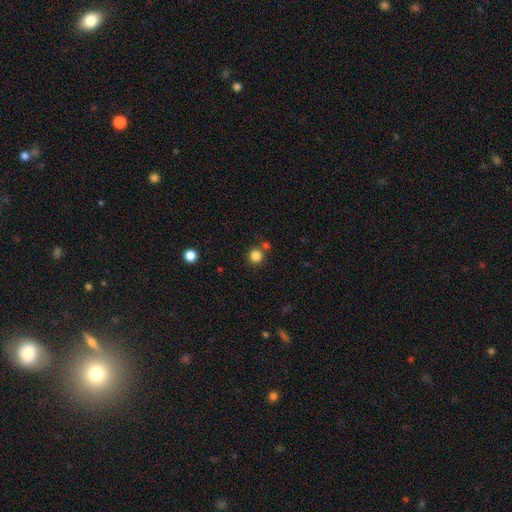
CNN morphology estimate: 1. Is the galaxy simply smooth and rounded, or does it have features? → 83% smooth, 12% star or artifact, 4% featured or disk.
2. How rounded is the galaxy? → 93% round, 6% in between, 1% cigar-shaped.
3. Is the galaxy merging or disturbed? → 73% none, 16% merger, 8% minor disturbance, 3% major disturbance.